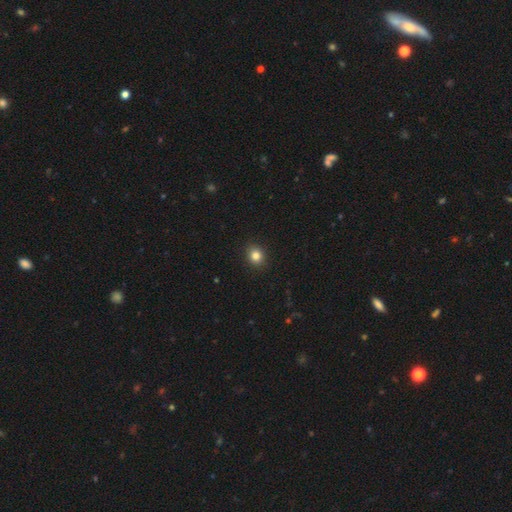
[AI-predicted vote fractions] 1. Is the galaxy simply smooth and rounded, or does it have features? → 83% smooth, 11% star or artifact, 6% featured or disk.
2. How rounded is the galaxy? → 71% round, 28% in between, 1% cigar-shaped.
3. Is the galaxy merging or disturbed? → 91% none, 6% minor disturbance, 2% major disturbance, 1% merger.